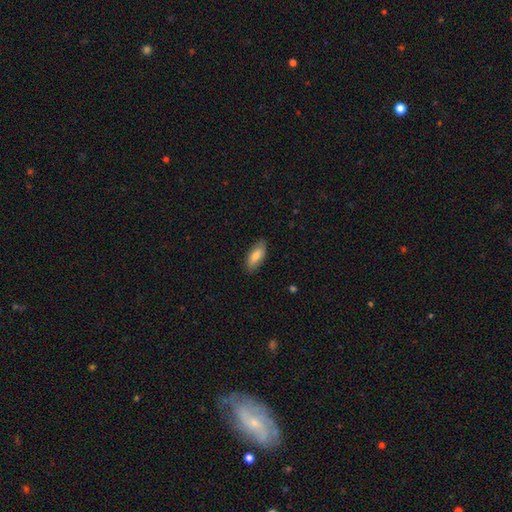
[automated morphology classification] Overall: smooth (80%). How rounded: in between (80%). Merging: none (85%).